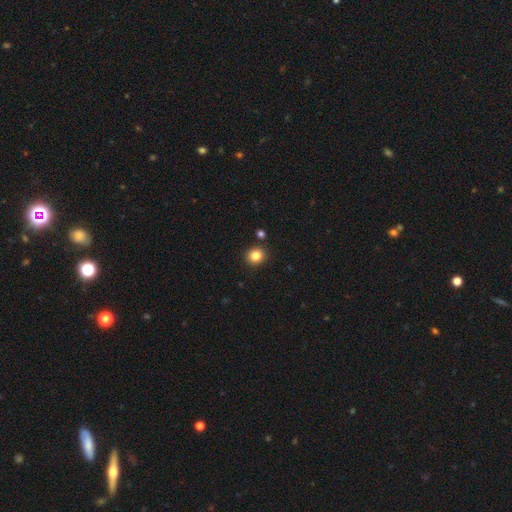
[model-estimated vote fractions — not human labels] This appears to be a smooth galaxy with no disk features (84%) that is round (83%). Merging: none (88%).